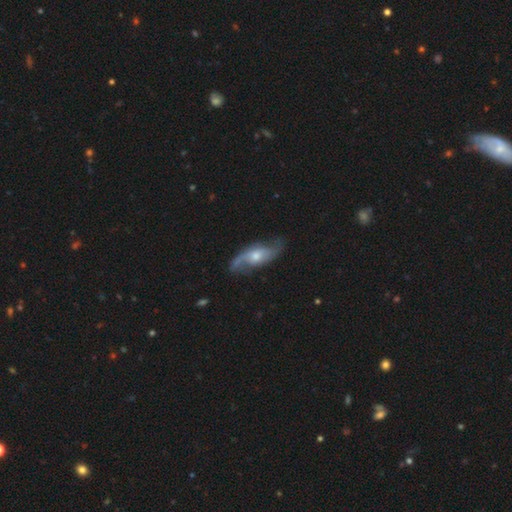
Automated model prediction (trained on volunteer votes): Smooth or featured? Predicted: featured or disk (p=0.80). Edge-on disk? Predicted: no (p=0.89). Bar? Predicted: no (p=0.59). Spiral arms? Predicted: yes (p=0.94). Spiral winding? Predicted: loose (p=0.61). Spiral arm count? Predicted: 2 (p=0.89). Bulge size? Predicted: moderate (p=0.59). Merging? Predicted: none (p=0.74).